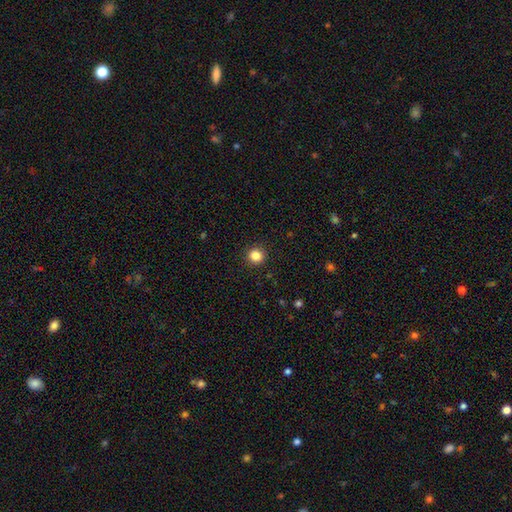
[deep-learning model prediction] Morphology: type=smooth (84%); roundness=round (92%); merging=none (92%).